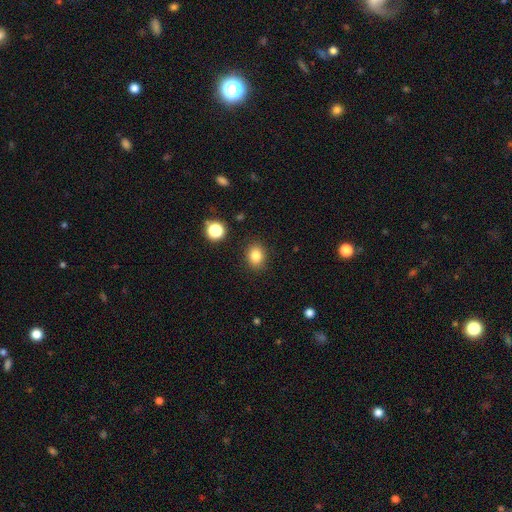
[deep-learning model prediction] The model was most divided on "how rounded": round: 56%, in between: 43%, cigar-shaped: 1%. More confident: merging — none (88%); smooth or featured — smooth (82%).